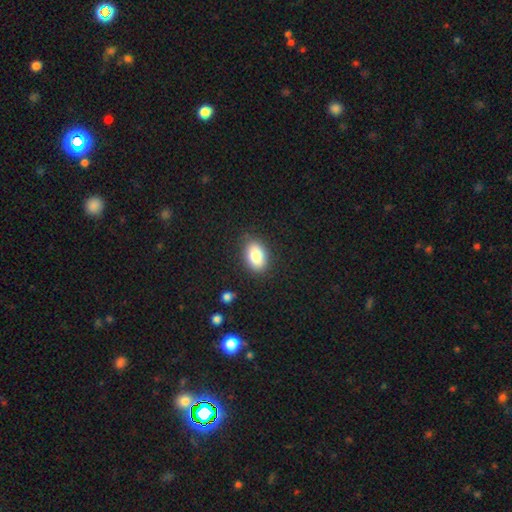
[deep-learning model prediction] A smooth galaxy with no disk features (84%) that is in between round and cigar-shaped (88%). Merging: none (84%).